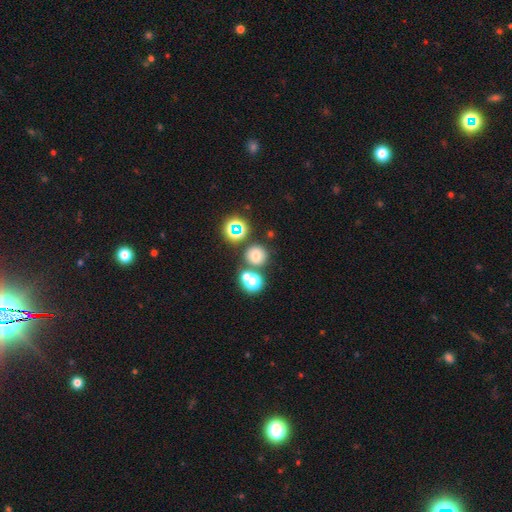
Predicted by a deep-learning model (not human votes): This is likely a smooth galaxy (66%). How rounded: clearly round (85%). Merging: likely none (64%).